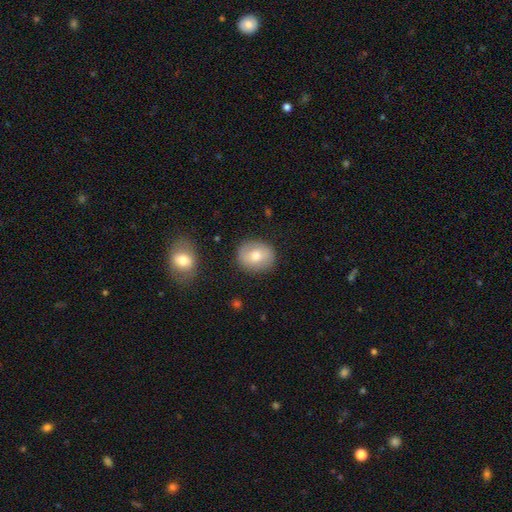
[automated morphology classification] smooth_or_featured: smooth (p=0.72) [alt: featured or disk p=0.21]
how_rounded: round (p=0.66) [alt: in between p=0.32]
merging: none (p=0.85) [alt: minor disturbance p=0.11]